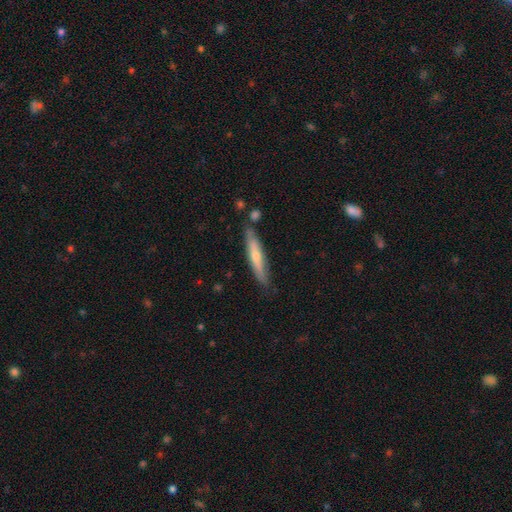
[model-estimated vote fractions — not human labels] smooth_or_featured: smooth (p=0.47) [tied with: featured or disk p=0.47]
merging: none (p=0.78) [alt: minor disturbance p=0.15]